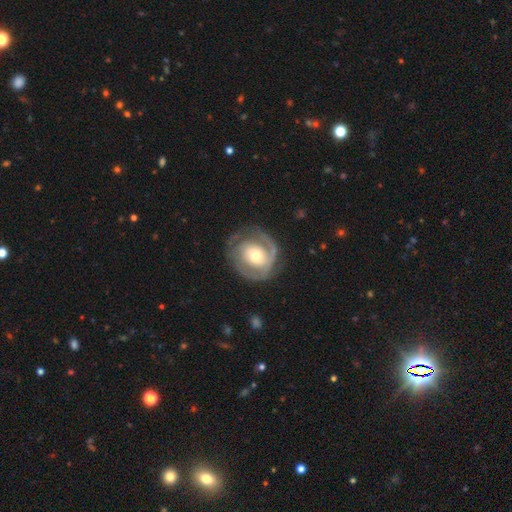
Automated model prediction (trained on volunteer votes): A featured or disk galaxy (77%) with no bar (68%), 2 (48%) tight (59%) spiral arms (86%) and a moderate central bulge (57%). Merging: none (71%).